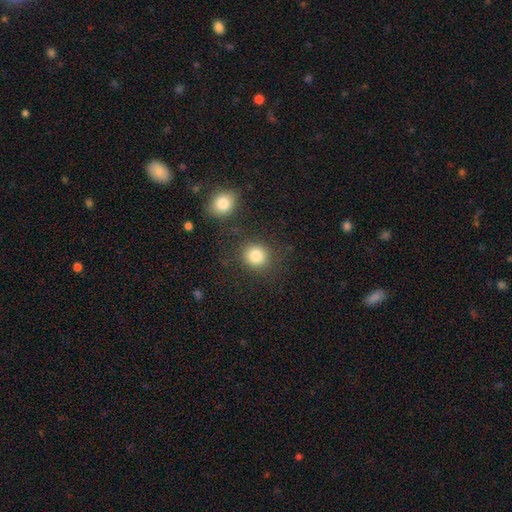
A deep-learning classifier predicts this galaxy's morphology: This appears to be a smooth galaxy with no disk features (84%) that is round (84%). Merging: none (80%).